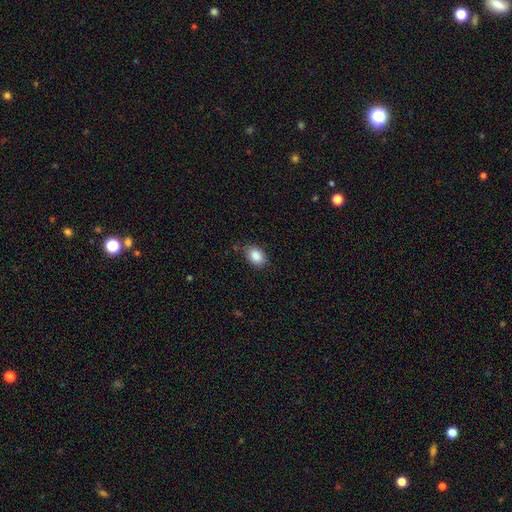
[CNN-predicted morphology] Q: Smooth or featured?
A: smooth (88%); runner-up: star or artifact (8%)
Q: How rounded?
A: in between (83%); runner-up: round (16%)
Q: Merging?
A: none (80%); runner-up: minor disturbance (16%)